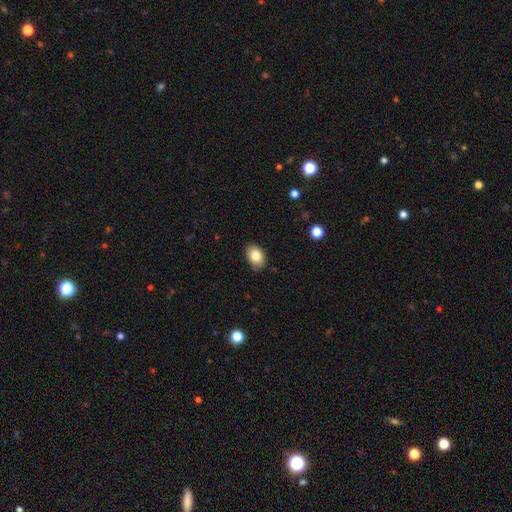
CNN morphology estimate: smooth-or-featured: smooth: 82% | featured or disk: 10% | star or artifact: 8%
  how-rounded: in between: 83% | round: 16% | cigar-shaped: 1%
  merging: none: 83% | minor disturbance: 13% | major disturbance: 2% | merger: 1%